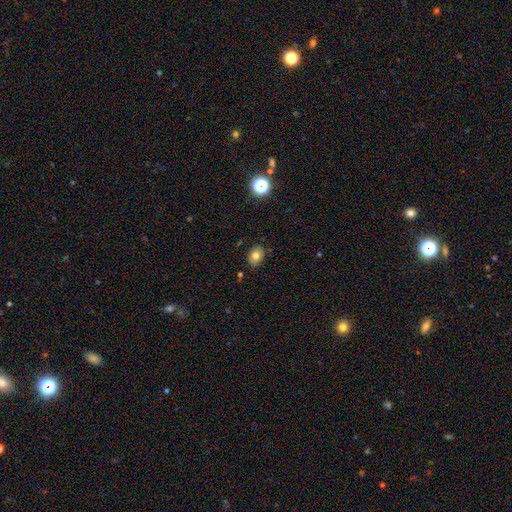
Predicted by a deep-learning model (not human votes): Smooth or featured?
  - smooth: 75% *
  - featured or disk: 13%
  - star or artifact: 11%
How rounded?
  - in between: 64% *
  - round: 35%
  - cigar-shaped: 1%
Merging?
  - none: 83% *
  - minor disturbance: 12%
  - major disturbance: 2%
  - merger: 2%